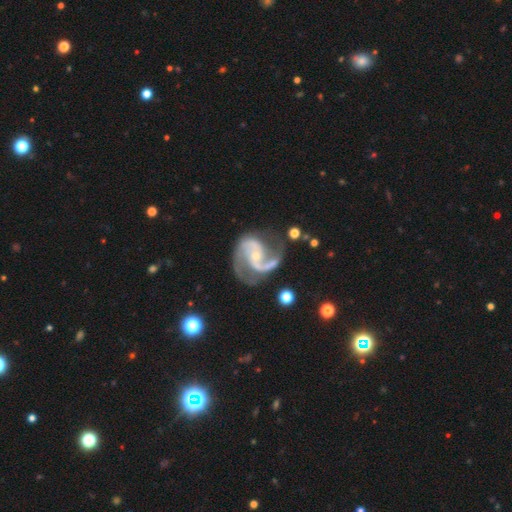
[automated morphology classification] smooth-or-featured: featured or disk: 92% | star or artifact: 5% | smooth: 3%
  disk-edge-on: no: 98% | yes: 2%
    bar: no: 54% | weak: 31% | strong: 15%
    has-spiral-arms: yes: 98% | no: 2%
      spiral-winding: medium: 59% | loose: 25% | tight: 16%
      spiral-arm-count: 2: 87% | 3: 5% | can't tell: 3% | 1: 2% | 4: 1% | more than 4: 1%
    bulge-size: small: 73% | moderate: 22% | none: 2% | large: 1% | dominant: 1%
  merging: none: 62% | minor disturbance: 21% | major disturbance: 14% | merger: 4%